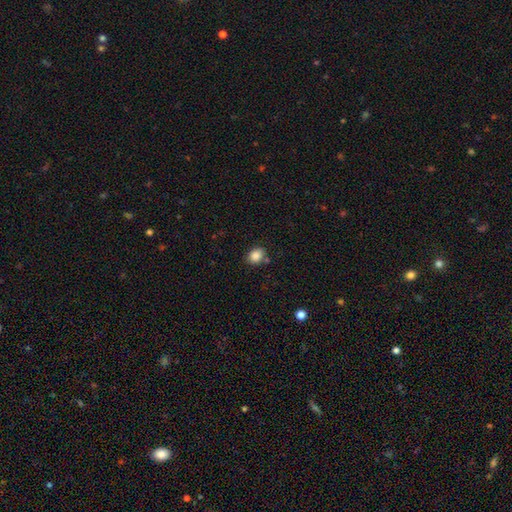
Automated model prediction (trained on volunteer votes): A smooth galaxy with no disk features (85%) that is in between round and cigar-shaped (52%).

Vote fractions:
- Smooth or featured? smooth: 85% / star or artifact: 10% / featured or disk: 5%
- How rounded? in between: 52% / round: 47% / cigar-shaped: 1%
- Merging? none: 77% / minor disturbance: 14% / merger: 6% / major disturbance: 3%